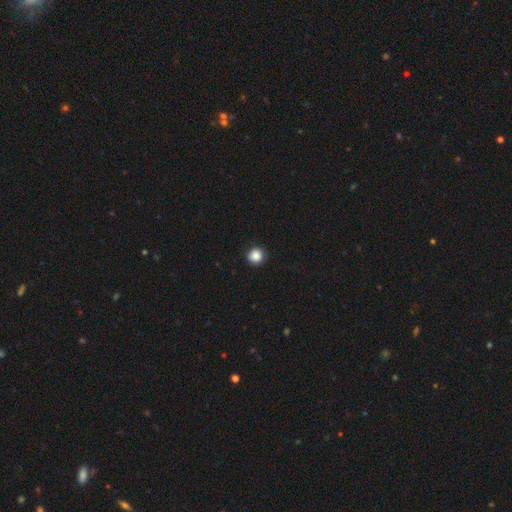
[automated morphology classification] smooth-or-featured: smooth: 87% | star or artifact: 10% | featured or disk: 3%
  how-rounded: round: 94% | in between: 5% | cigar-shaped: 1%
  merging: none: 92% | minor disturbance: 6% | major disturbance: 2% | merger: 1%